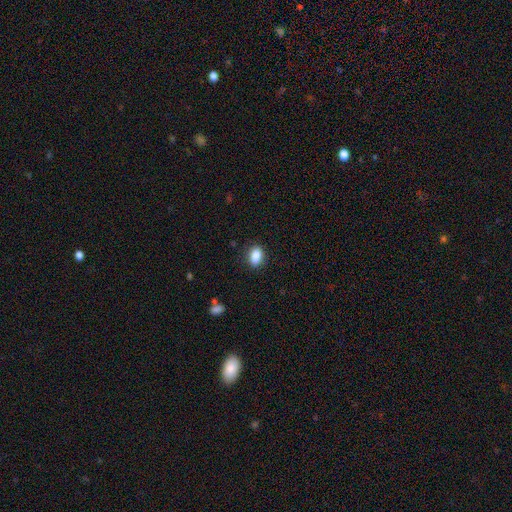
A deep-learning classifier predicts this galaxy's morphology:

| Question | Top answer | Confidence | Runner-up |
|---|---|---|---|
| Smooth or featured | smooth | 87% | star or artifact (8%) |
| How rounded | in between | 83% | round (15%) |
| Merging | none | 85% | minor disturbance (11%) |